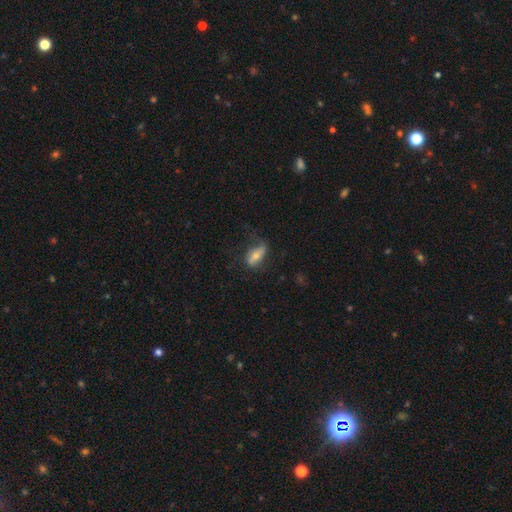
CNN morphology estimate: Smooth or featured: smooth — 59% (featured or disk — 33%)
How rounded: in between — 75% (cigar-shaped — 21%)
Merging: none — 59% (minor disturbance — 25%)